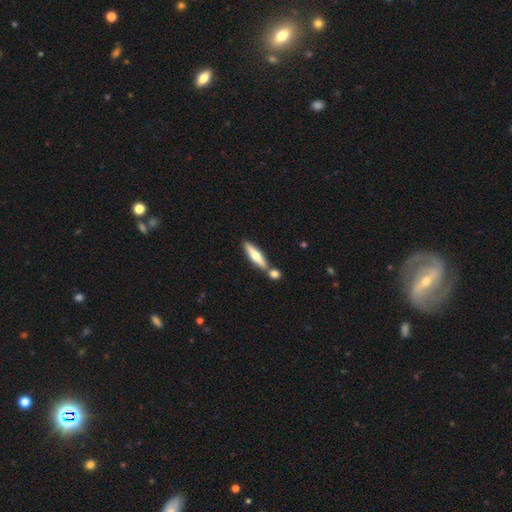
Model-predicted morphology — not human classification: Smooth or featured: smooth — 55% (featured or disk — 40%)
How rounded: cigar-shaped — 78% (in between — 20%)
Merging: none — 65% (merger — 23%)